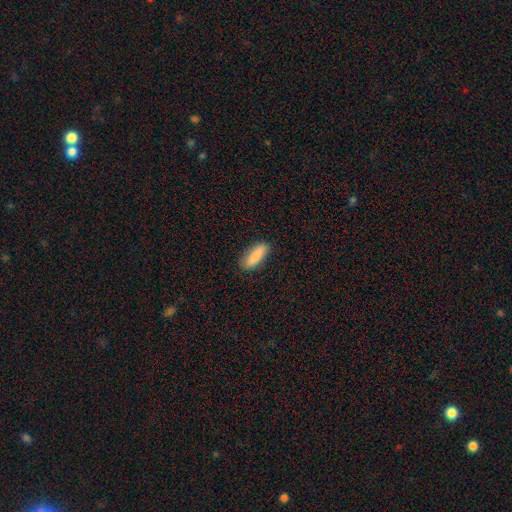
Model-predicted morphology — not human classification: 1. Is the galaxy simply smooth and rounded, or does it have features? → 86% smooth, 8% featured or disk, 6% star or artifact.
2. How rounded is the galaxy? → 53% in between, 45% cigar-shaped, 2% round.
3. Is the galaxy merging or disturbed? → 84% none, 12% minor disturbance, 2% major disturbance, 1% merger.